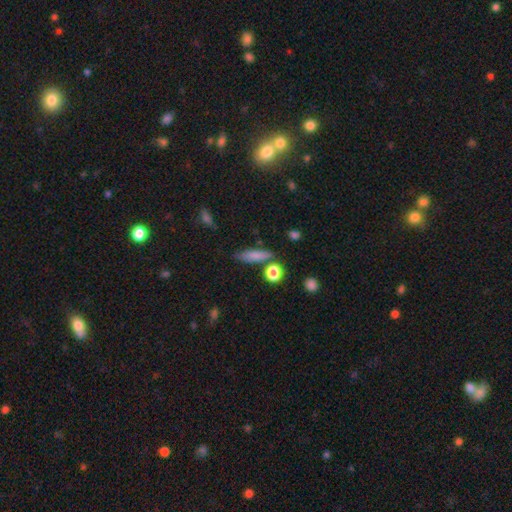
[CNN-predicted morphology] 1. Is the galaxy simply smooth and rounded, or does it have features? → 77% smooth, 14% featured or disk, 10% star or artifact.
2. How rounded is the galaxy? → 63% cigar-shaped, 31% in between, 6% round.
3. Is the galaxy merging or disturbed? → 74% none, 14% minor disturbance, 7% merger, 4% major disturbance.